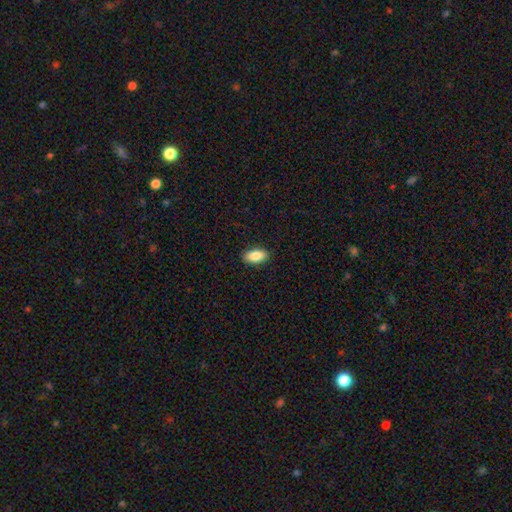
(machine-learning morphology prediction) Smooth or featured? Predicted: smooth (p=0.86). How rounded? Predicted: in between (p=0.92). Merging? Predicted: none (p=0.90).